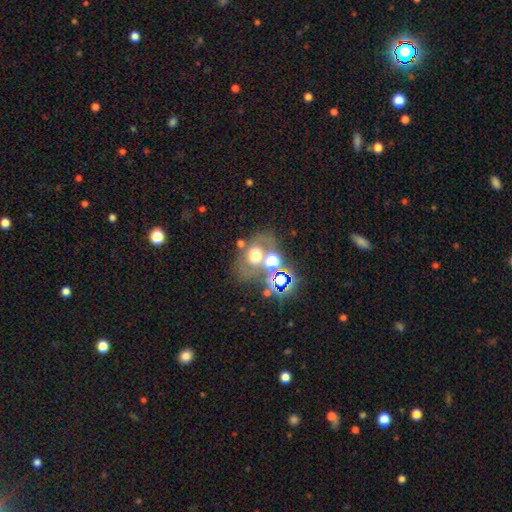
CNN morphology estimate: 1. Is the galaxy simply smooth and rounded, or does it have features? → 51% smooth, 25% featured or disk, 24% star or artifact.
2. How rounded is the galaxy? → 51% round, 48% in between, 1% cigar-shaped.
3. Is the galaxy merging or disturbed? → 53% none, 26% merger, 12% minor disturbance, 8% major disturbance.